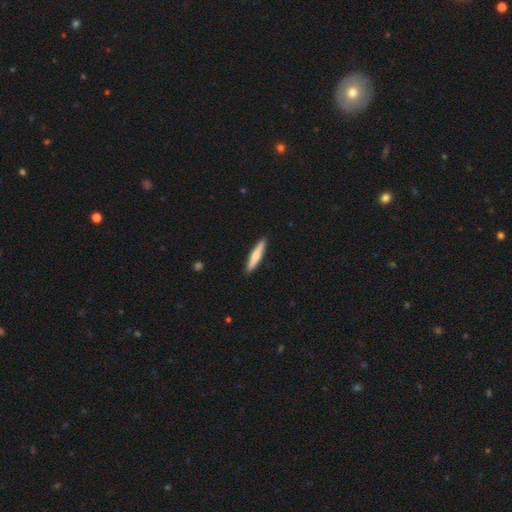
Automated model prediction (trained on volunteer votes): A smooth galaxy with no disk features (66%) that is cigar-shaped (91%).

Vote fractions:
- Smooth or featured? smooth: 66% / featured or disk: 29% / star or artifact: 5%
- How rounded? cigar-shaped: 91% / in between: 7% / round: 1%
- Merging? none: 91% / minor disturbance: 7% / major disturbance: 1% / merger: 1%